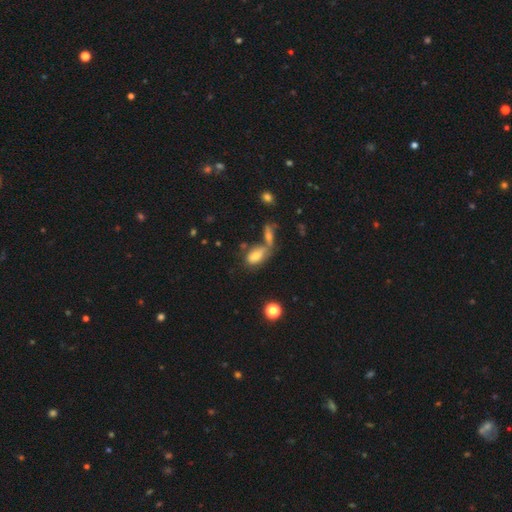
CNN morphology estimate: This is likely a smooth galaxy (71%). How rounded: clearly in between (88%). Merging: marginally merger (41%).